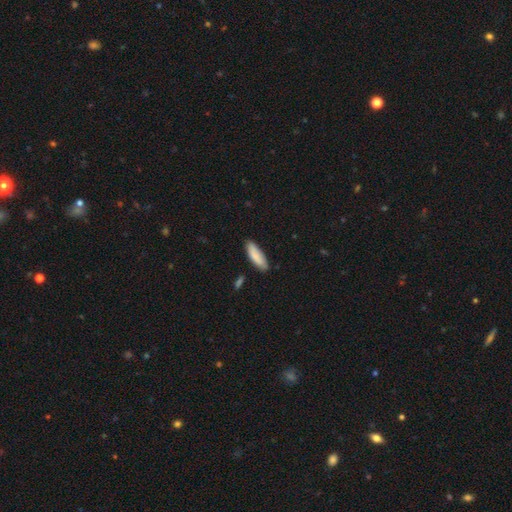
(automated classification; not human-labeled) Smooth or featured? smooth (85%)
How rounded? in between (58%)
Merging? none (81%)